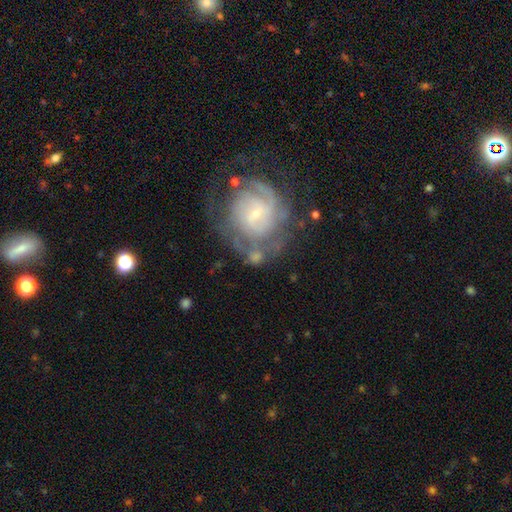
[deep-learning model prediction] This is likely a featured or disk galaxy (77%). It is clearly not viewed edge-on (97%). Bar: possibly no (51%). Spiral arm pattern: clearly yes (88%). Spiral arm count: marginally can't tell (41%). Spiral winding: possibly tight (60%). Central bulge: likely small (76%). Merging: possibly none (51%).